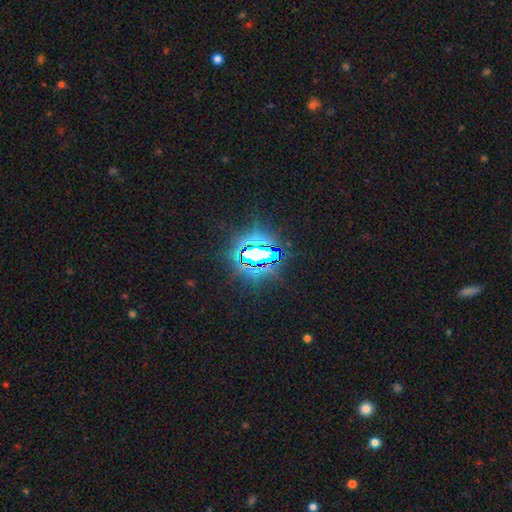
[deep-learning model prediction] Smooth or featured: star or artifact — 79% (smooth — 11%)